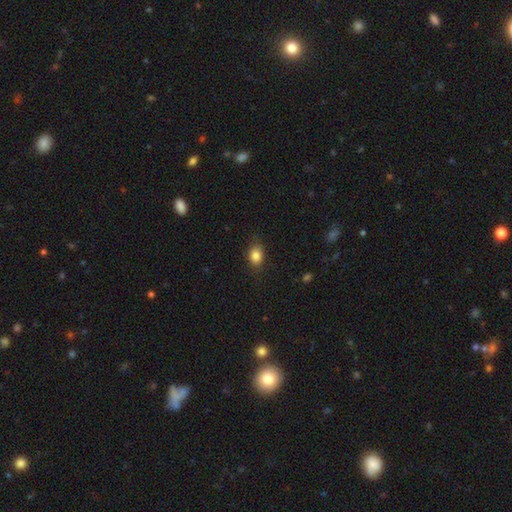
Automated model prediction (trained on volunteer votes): This is clearly a smooth galaxy (85%). How rounded: likely in between (61%). Merging: clearly none (82%).